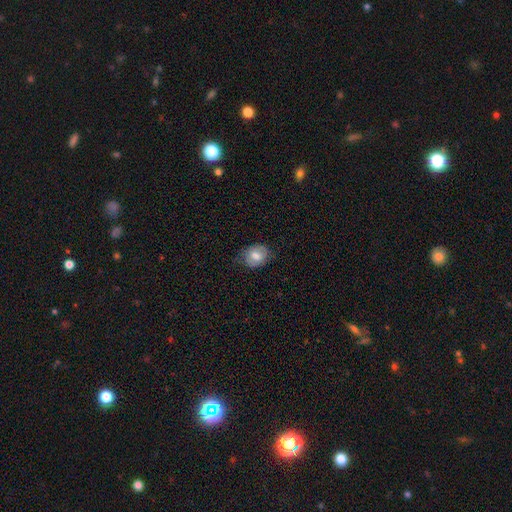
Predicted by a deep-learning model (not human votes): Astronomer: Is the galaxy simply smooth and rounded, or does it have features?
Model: smooth — 71%.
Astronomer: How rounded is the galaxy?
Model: in between — 56% (runner-up: round, 43%).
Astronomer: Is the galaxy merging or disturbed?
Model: none — 69%.